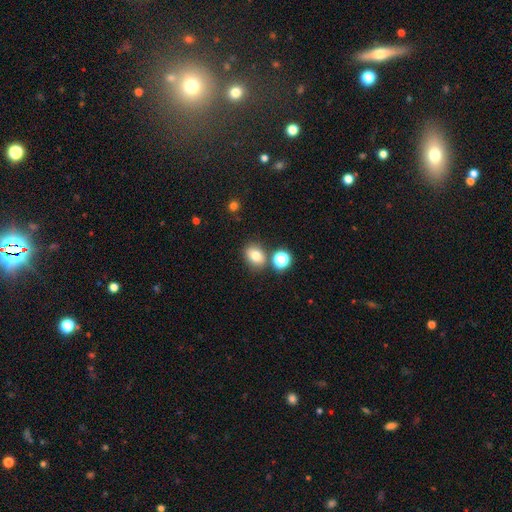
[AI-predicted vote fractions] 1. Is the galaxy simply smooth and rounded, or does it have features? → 77% smooth, 14% star or artifact, 10% featured or disk.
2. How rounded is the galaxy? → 53% in between, 46% round, 1% cigar-shaped.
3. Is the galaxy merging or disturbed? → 74% none, 11% minor disturbance, 11% merger, 3% major disturbance.